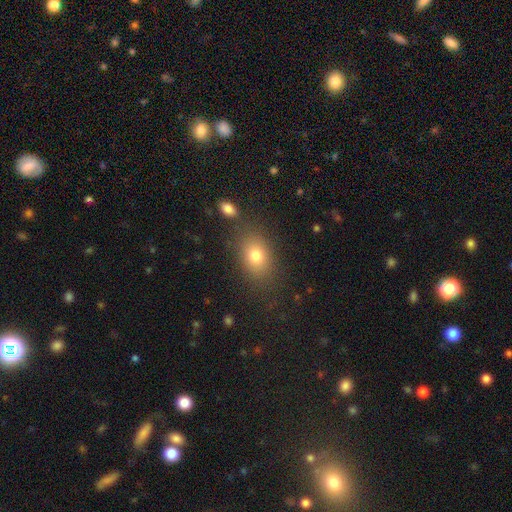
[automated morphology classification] The model was most divided on "how rounded": in between: 74%, round: 24%, cigar-shaped: 2%. More confident: merging — none (78%); smooth or featured — smooth (77%).